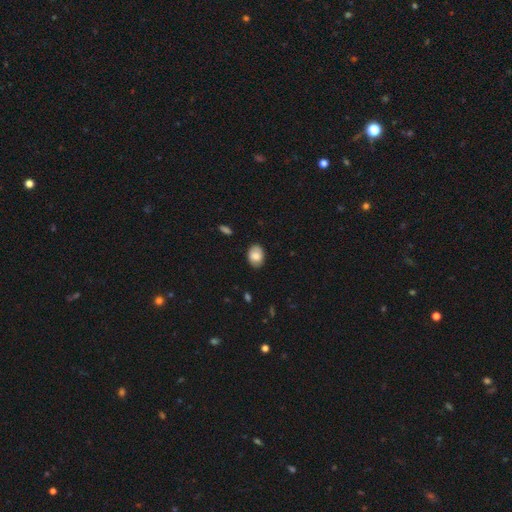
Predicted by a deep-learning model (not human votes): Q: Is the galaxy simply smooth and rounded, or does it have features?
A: smooth — 80%.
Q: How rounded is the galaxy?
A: in between — 77%.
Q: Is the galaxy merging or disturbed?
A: none — 84%.